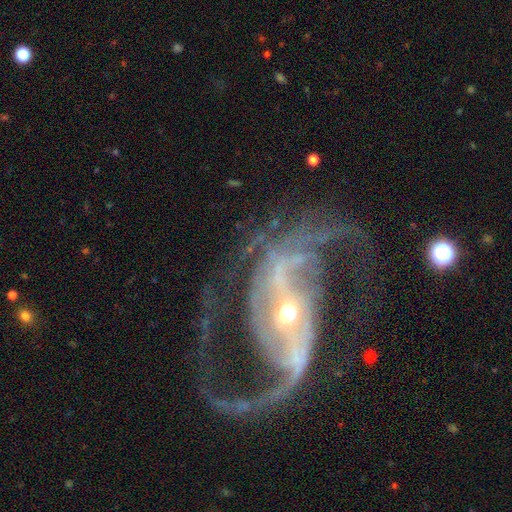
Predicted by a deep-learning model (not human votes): Overall: featured or disk (93%). Edge-on disk: no (97%). Bar: strong (60%; weak 26%). Spiral arms: yes (98%). Spiral arm count: 2 (89%). Spiral winding: medium (47%; loose 42%). Bulge size: small (53%; moderate 42%). Merging: none (63%).